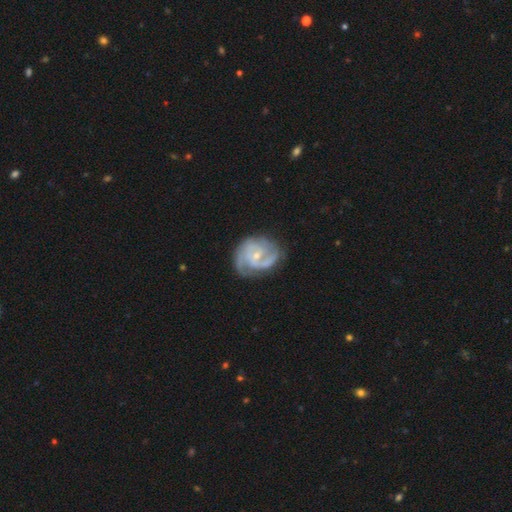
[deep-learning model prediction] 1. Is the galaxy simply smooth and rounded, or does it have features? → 86% featured or disk, 9% smooth, 5% star or artifact.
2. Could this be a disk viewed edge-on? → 98% no, 2% yes.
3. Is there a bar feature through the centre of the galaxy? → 52% no, 39% weak, 8% strong.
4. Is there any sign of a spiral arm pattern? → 96% yes, 4% no.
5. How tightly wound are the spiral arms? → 45% medium, 43% tight, 12% loose.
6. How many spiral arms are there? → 51% 2, 22% 3, 15% can't tell, 5% 1, 4% 4, 3% more than 4.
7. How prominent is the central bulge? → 67% small, 29% moderate, 2% none, 1% large, 1% dominant.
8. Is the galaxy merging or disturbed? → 66% none, 22% minor disturbance, 10% major disturbance, 2% merger.